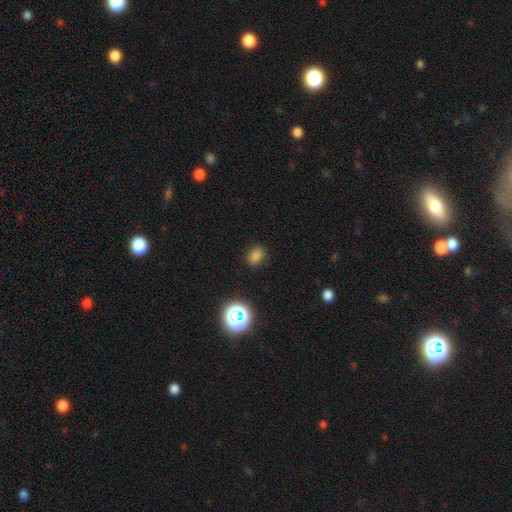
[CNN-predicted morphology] Smooth or featured? Predicted: smooth (p=0.78). How rounded? Predicted: in between (p=0.50). Merging? Predicted: none (p=0.87).